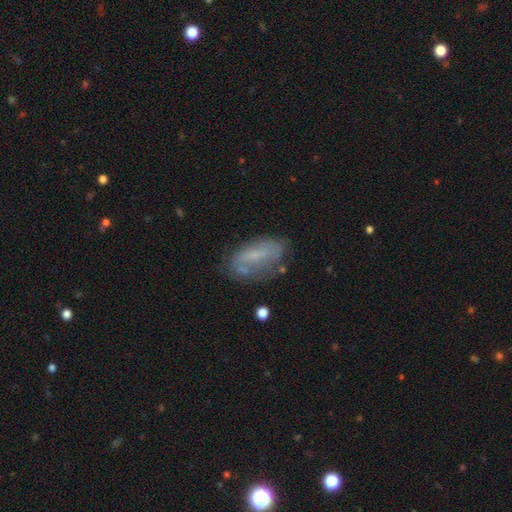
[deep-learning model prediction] Q: Smooth or featured?
A: smooth (45%); tied with: featured or disk (45%)
Q: Merging?
A: none (61%); runner-up: minor disturbance (24%)